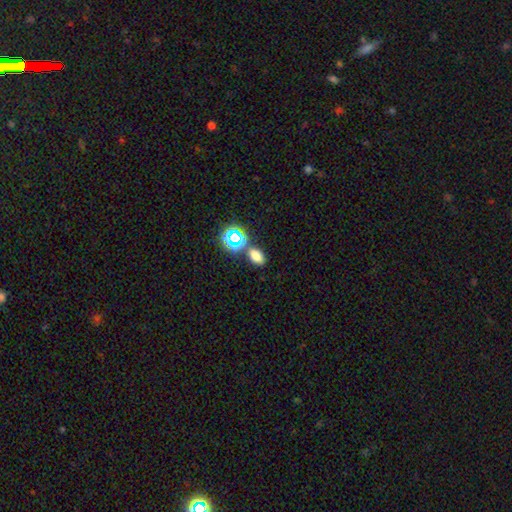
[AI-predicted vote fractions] A smooth galaxy with no disk features (70%) that is in between round and cigar-shaped (83%).

Vote fractions:
- Smooth or featured? smooth: 70% / star or artifact: 22% / featured or disk: 7%
- How rounded? in between: 83% / round: 14% / cigar-shaped: 3%
- Merging? none: 78% / minor disturbance: 10% / merger: 9% / major disturbance: 3%